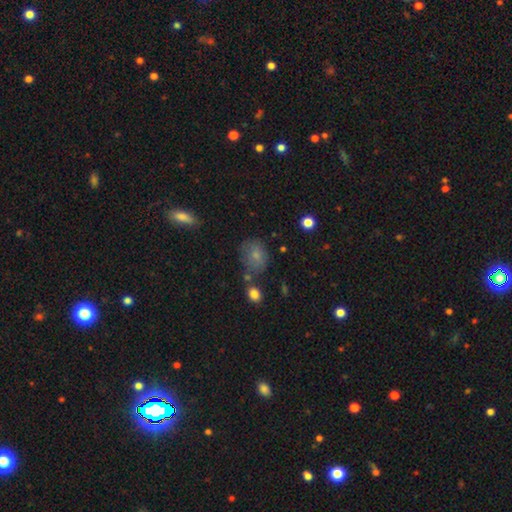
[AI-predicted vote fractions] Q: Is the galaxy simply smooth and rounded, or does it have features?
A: smooth — 75%.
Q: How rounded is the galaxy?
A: round — 50%.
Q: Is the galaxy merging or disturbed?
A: none — 59%.